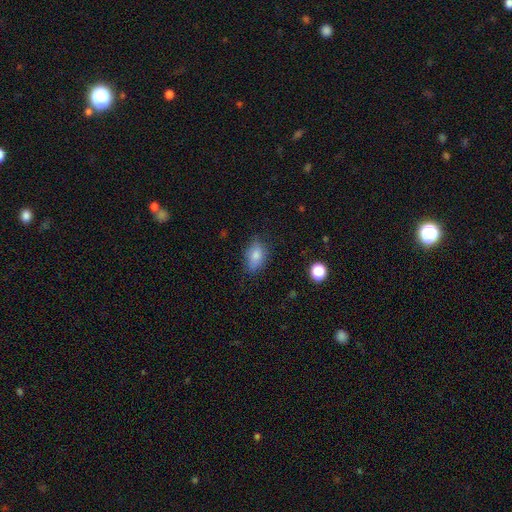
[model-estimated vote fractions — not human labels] Smooth or featured? Predicted: smooth (p=0.81). How rounded? Predicted: in between (p=0.85). Merging? Predicted: none (p=0.71).